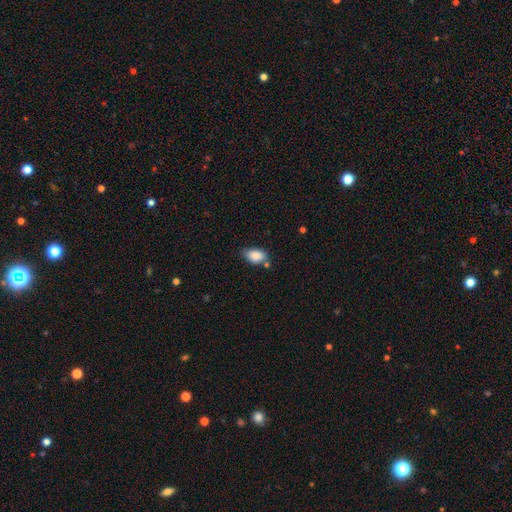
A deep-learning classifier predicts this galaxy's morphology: This appears to be a smooth galaxy with no disk features (87%) that is in between round and cigar-shaped (87%). Merging: none (65%).